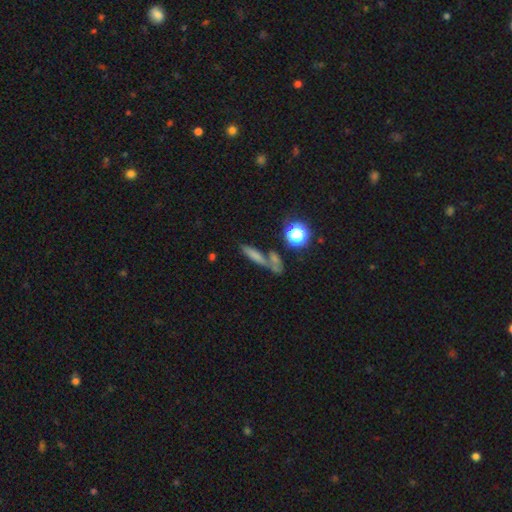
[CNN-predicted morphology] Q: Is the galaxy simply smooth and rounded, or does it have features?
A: smooth — 53%.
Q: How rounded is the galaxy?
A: cigar-shaped — 65%.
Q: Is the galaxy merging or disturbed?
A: none — 57%.